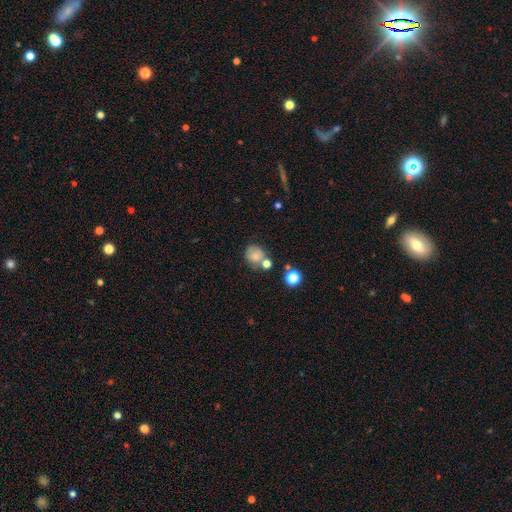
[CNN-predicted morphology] smooth-or-featured: smooth: 70% | featured or disk: 18% | star or artifact: 12%
  how-rounded: round: 75% | in between: 24% | cigar-shaped: 1%
  merging: none: 50% | merger: 22% | minor disturbance: 20% | major disturbance: 9%